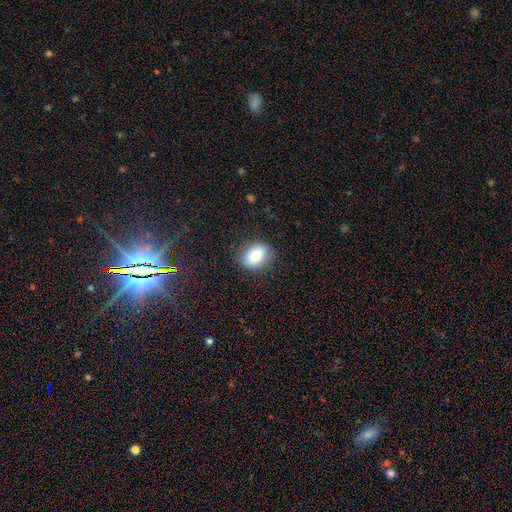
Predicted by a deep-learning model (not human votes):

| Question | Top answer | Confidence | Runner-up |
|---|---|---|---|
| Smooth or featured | smooth | 80% | featured or disk (11%) |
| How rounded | in between | 64% | round (34%) |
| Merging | none | 84% | minor disturbance (11%) |